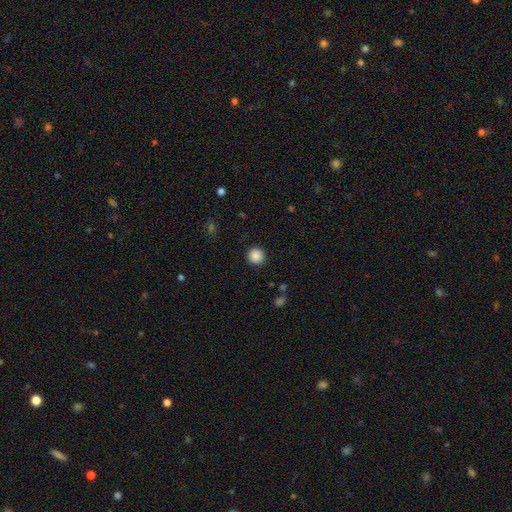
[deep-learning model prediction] Overall: smooth (88%). How rounded: round (94%). Merging: none (92%).